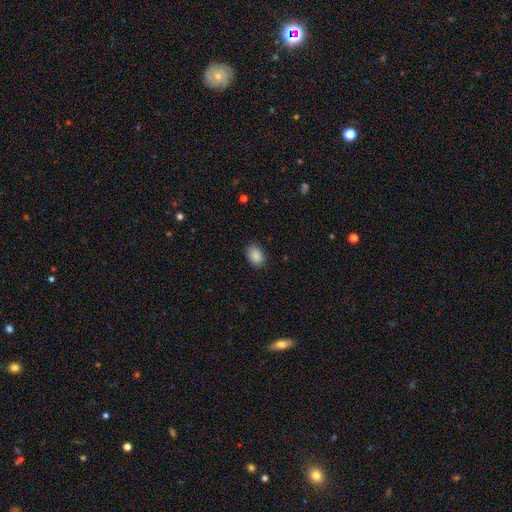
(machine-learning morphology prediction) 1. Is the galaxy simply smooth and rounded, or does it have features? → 89% smooth, 8% star or artifact, 3% featured or disk.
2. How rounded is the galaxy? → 79% in between, 20% round, 1% cigar-shaped.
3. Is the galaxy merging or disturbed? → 87% none, 10% minor disturbance, 2% major disturbance, 1% merger.